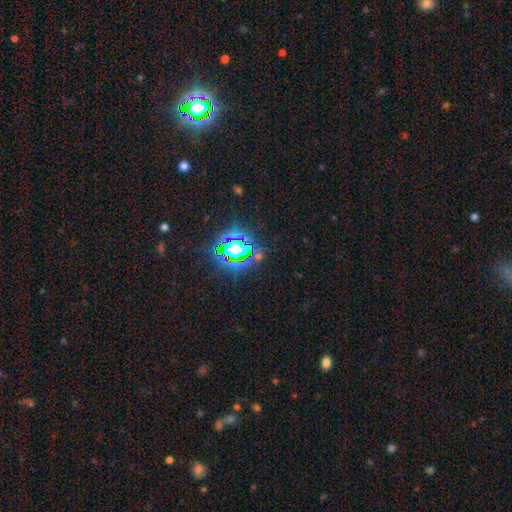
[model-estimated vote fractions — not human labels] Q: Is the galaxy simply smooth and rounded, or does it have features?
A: star or artifact — 76%.